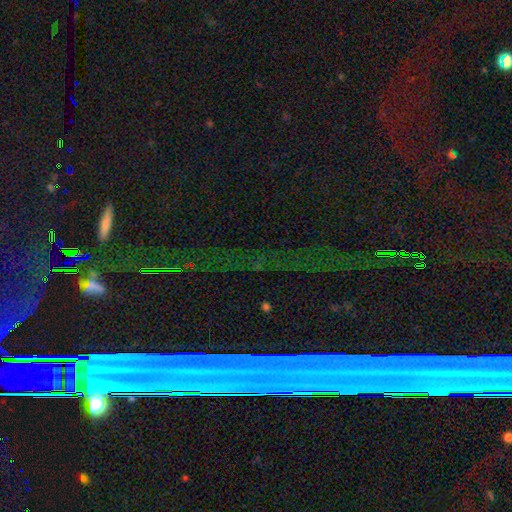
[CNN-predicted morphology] This appears to be a star or artifact, not a galaxy (76%).